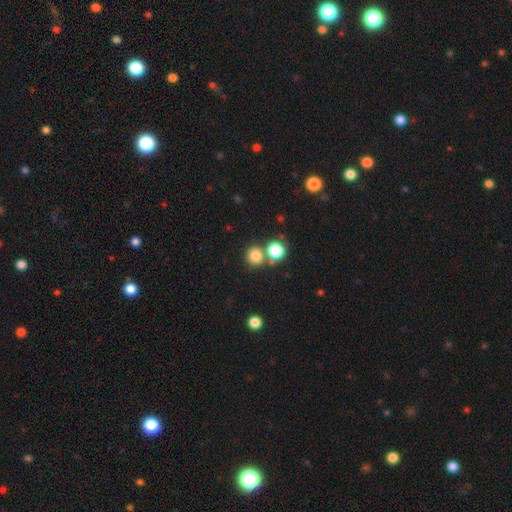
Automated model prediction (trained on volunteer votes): Q: Smooth or featured?
A: smooth (79%); runner-up: star or artifact (14%)
Q: How rounded?
A: round (90%); runner-up: in between (9%)
Q: Merging?
A: none (66%); runner-up: merger (24%)